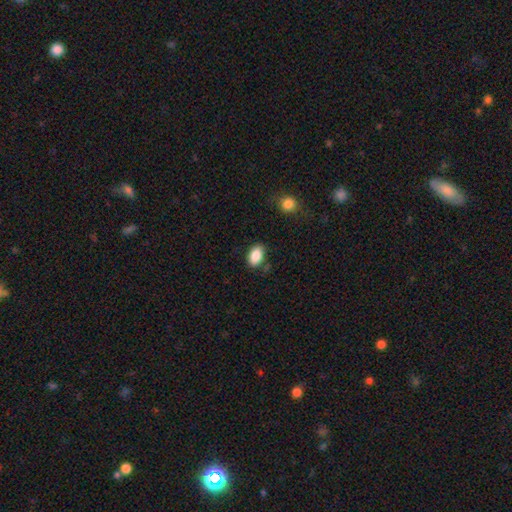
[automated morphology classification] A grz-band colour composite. It shows a smooth galaxy with no disk features (87%) that is in between round and cigar-shaped (91%). Merging: none (80%).